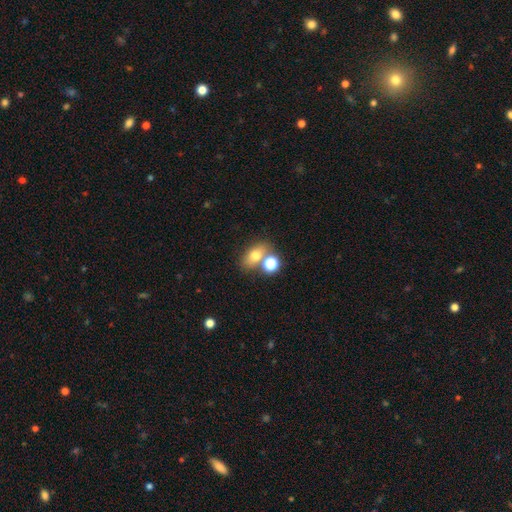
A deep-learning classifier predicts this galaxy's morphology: This is likely a smooth galaxy (71%). How rounded: likely in between (67%). Merging: possibly none (57%).